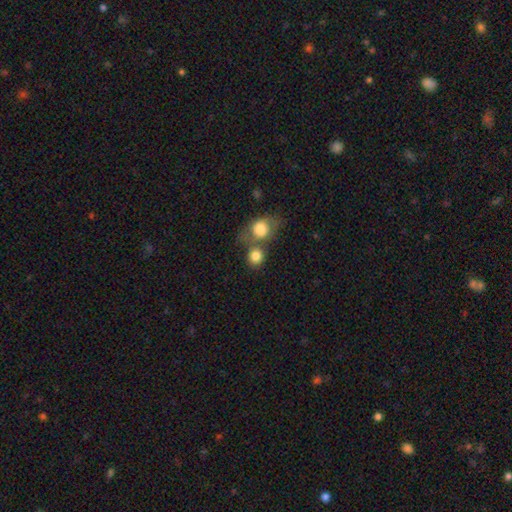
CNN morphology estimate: Q: Smooth or featured?
A: smooth (83%); runner-up: featured or disk (9%)
Q: How rounded?
A: round (76%); runner-up: in between (23%)
Q: Merging?
A: none (44%); runner-up: merger (43%)